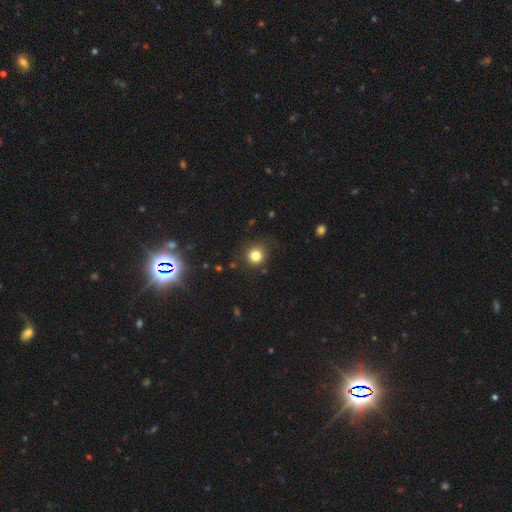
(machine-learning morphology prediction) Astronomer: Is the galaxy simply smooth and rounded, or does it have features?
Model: smooth — 80%.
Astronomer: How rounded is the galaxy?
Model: round — 89%.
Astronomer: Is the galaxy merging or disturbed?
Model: none — 80%.